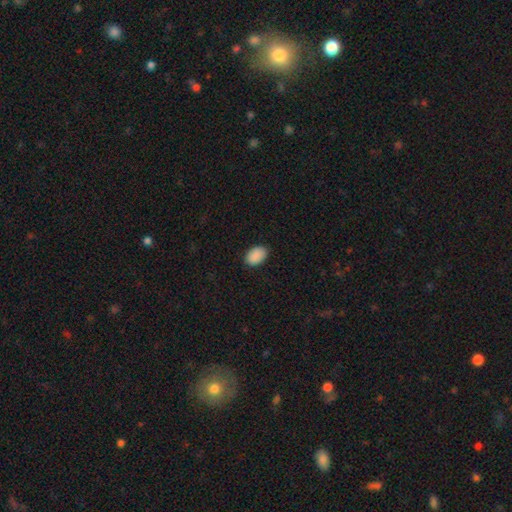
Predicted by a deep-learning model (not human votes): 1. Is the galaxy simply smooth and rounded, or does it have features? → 91% smooth, 7% star or artifact, 2% featured or disk.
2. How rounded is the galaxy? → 89% in between, 10% round, 1% cigar-shaped.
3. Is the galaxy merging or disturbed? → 88% none, 9% minor disturbance, 2% major disturbance, 1% merger.